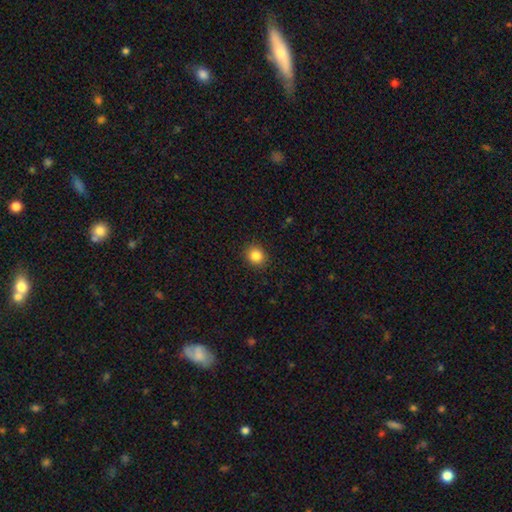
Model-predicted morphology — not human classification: Smooth or featured: smooth — 85% (star or artifact — 10%)
How rounded: round — 81% (in between — 18%)
Merging: none — 91% (minor disturbance — 6%)